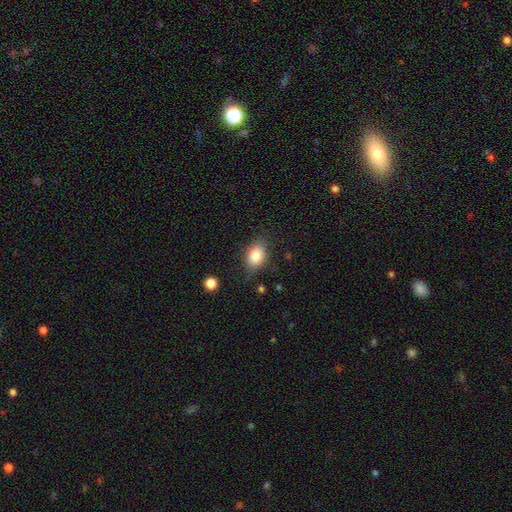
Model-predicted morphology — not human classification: This appears to be a smooth galaxy with no disk features (82%) that is in between round and cigar-shaped (79%). Merging: none (75%).